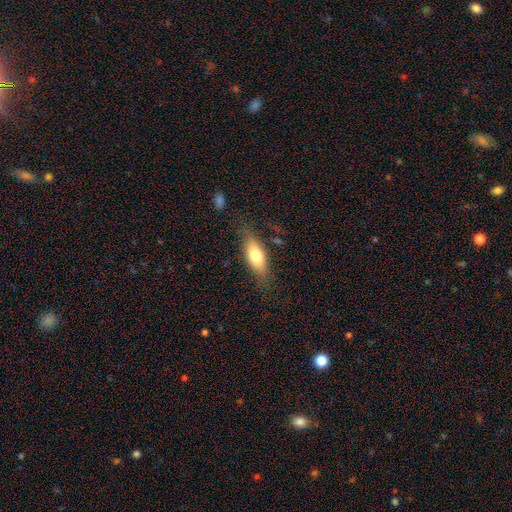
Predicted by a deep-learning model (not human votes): Smooth or featured? smooth (69%)
How rounded? in between (71%)
Merging? none (75%)